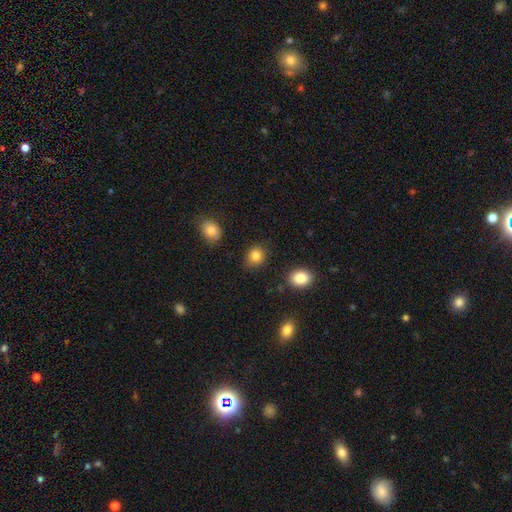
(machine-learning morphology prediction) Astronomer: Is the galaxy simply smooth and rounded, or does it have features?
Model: smooth — 84%.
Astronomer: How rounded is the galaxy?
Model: round — 74%.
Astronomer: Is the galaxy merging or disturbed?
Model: none — 84%.